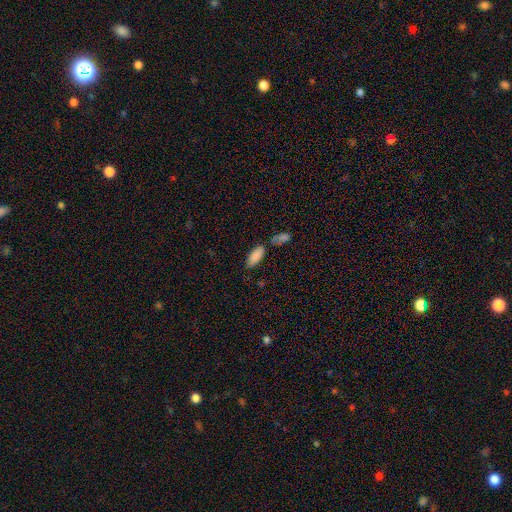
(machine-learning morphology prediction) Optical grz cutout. It shows a smooth galaxy with no disk features (86%) that is in between round and cigar-shaped (82%). Merging: none (65%).